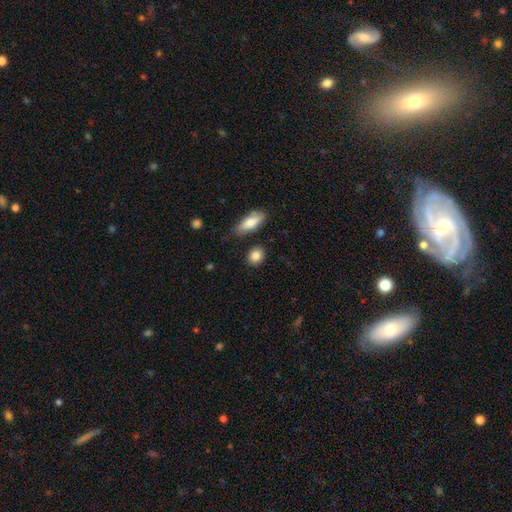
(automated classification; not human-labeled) This appears to be a smooth galaxy with no disk features (85%) that is round (57%). Merging: none (83%).